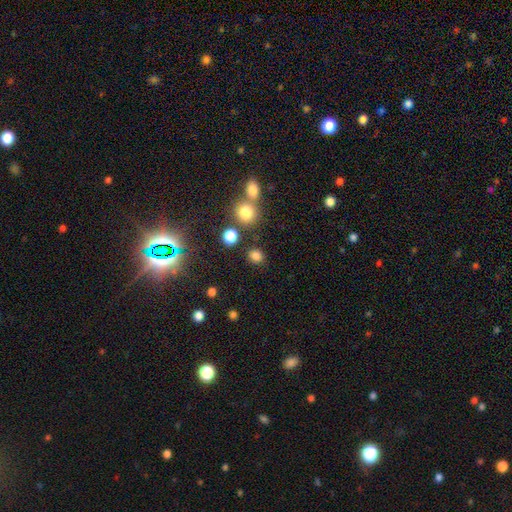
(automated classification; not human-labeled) This appears to be a smooth galaxy with no disk features (80%) that is round (76%). Merging: none (81%).